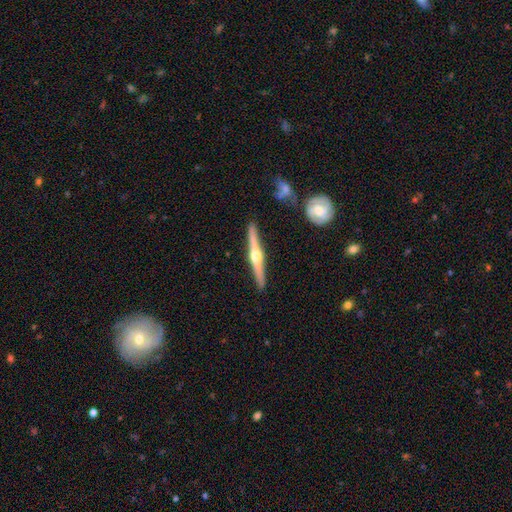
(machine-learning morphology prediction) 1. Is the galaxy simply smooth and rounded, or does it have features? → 77% featured or disk, 18% smooth, 5% star or artifact.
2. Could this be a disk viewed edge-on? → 98% yes, 2% no.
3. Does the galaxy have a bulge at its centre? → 94% rounded, 3% none, 3% boxy.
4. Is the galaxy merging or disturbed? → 91% none, 6% minor disturbance, 2% merger, 1% major disturbance.